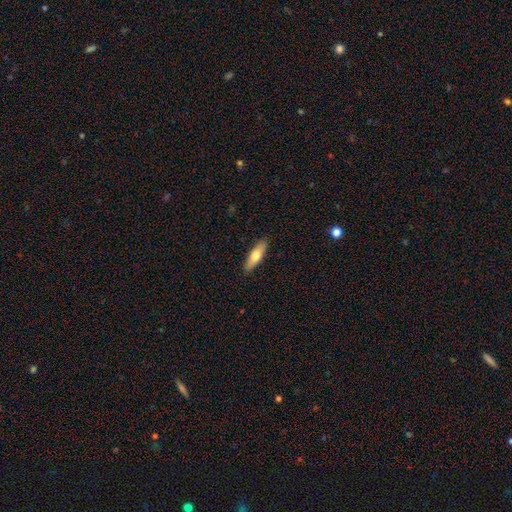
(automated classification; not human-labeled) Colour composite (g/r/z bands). It shows a smooth galaxy with no disk features (65%) that is cigar-shaped (57%). Merging: none (90%).